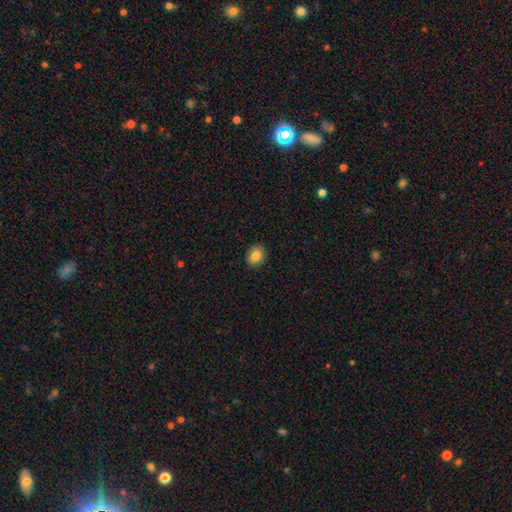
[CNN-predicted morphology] This is clearly a smooth galaxy (83%). How rounded: possibly round (58%). Merging: clearly none (91%).